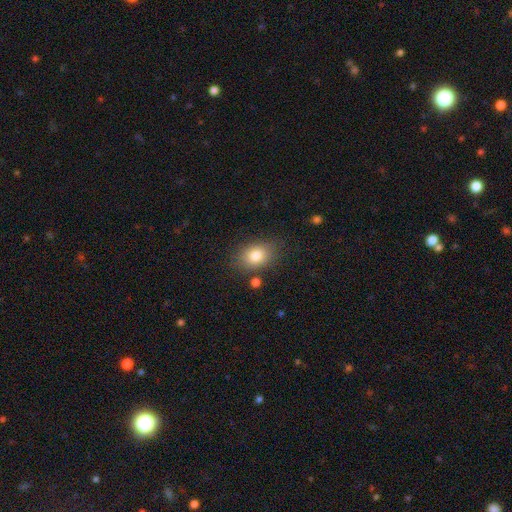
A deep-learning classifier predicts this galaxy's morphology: This appears to be a smooth galaxy with no disk features (81%) that is in between round and cigar-shaped (73%). Merging: none (80%).